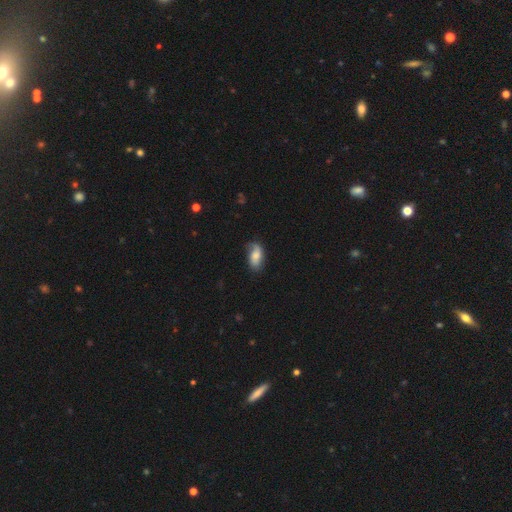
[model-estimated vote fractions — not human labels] The model was most divided on "smooth or featured": smooth: 59%, featured or disk: 33%, star or artifact: 8%. More confident: how rounded — in between (90%); merging — none (58%).